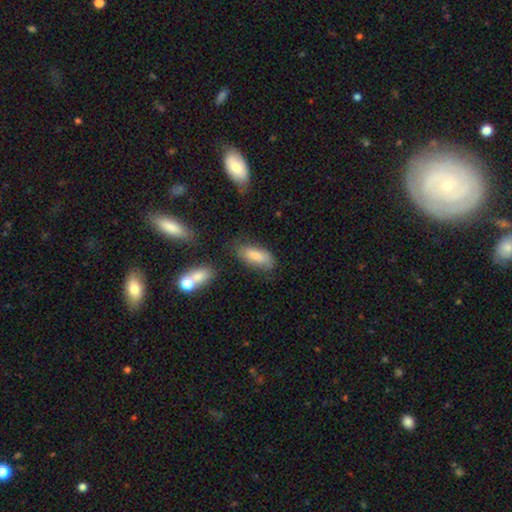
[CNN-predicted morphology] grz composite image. It shows a smooth galaxy with no disk features (82%) that is in between round and cigar-shaped (85%). Merging: none (68%).